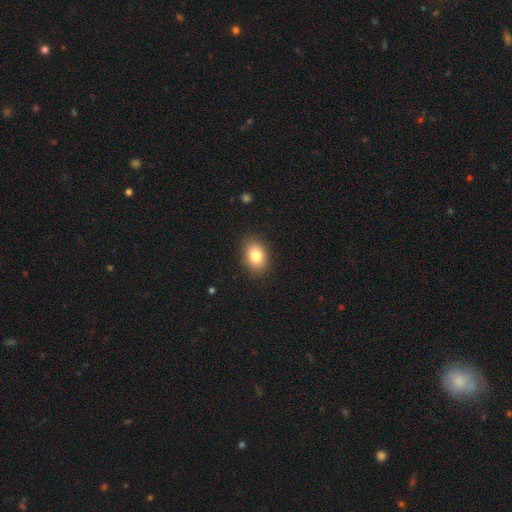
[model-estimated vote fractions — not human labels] Overall: smooth (82%). How rounded: in between (75%). Merging: none (88%).